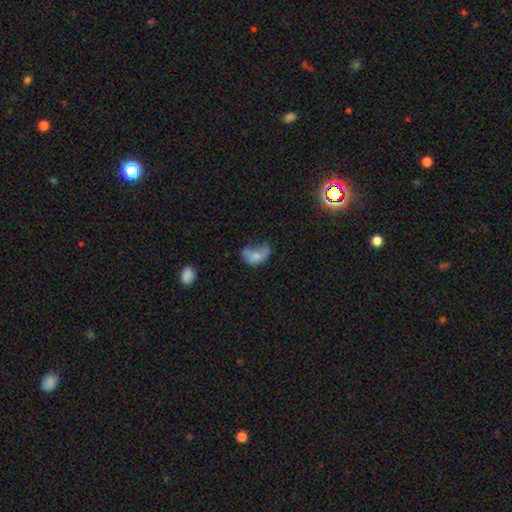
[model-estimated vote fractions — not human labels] Overall: smooth (65%). How rounded: in between (85%). Merging: major disturbance (48%; minor disturbance 26%).